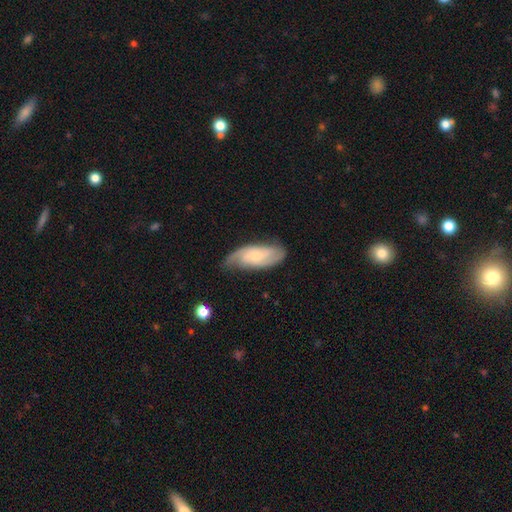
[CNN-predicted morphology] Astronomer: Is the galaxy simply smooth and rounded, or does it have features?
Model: featured or disk — 68%.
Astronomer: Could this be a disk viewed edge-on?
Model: no — 92%.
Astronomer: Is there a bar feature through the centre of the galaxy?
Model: no — 65%.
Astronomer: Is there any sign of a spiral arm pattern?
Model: yes — 93%.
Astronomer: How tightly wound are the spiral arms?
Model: medium — 43% (runner-up: tight, 40%).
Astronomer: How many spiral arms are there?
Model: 2 — 66%.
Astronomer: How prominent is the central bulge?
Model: small — 56% (runner-up: moderate, 36%).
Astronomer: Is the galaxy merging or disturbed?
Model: none — 69%.